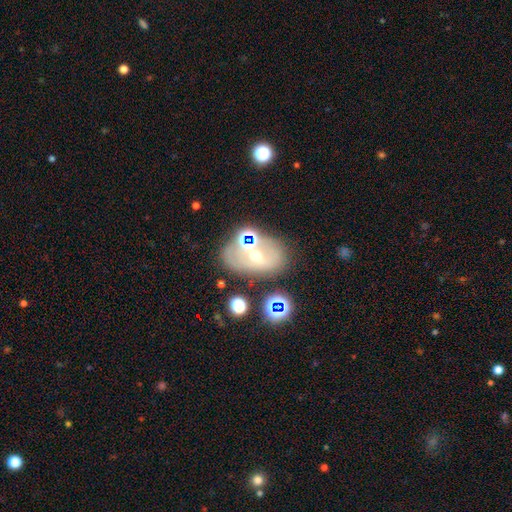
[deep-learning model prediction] Smooth or featured: featured or disk — 57% (smooth — 27%)
Edge-on disk: no — 92% (yes — 8%)
Bar: no — 39% (weak — 36%)
Spiral arms: no — 57% (yes — 43%)
Bulge size: moderate — 55% (small — 40%)
Merging: none — 63% (minor disturbance — 18%)